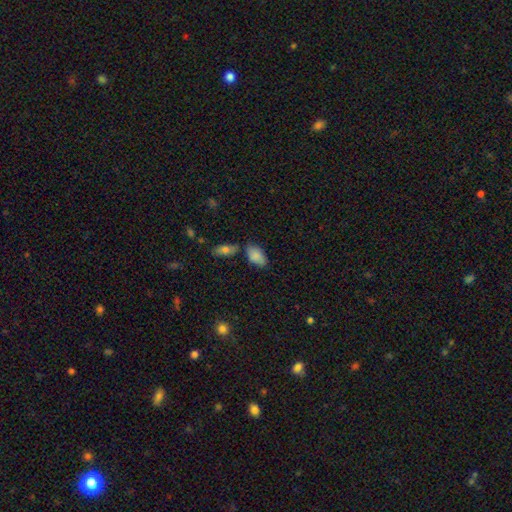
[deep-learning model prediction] Smooth or featured? Predicted: smooth (p=0.85). How rounded? Predicted: in between (p=0.93). Merging? Predicted: none (p=0.66).